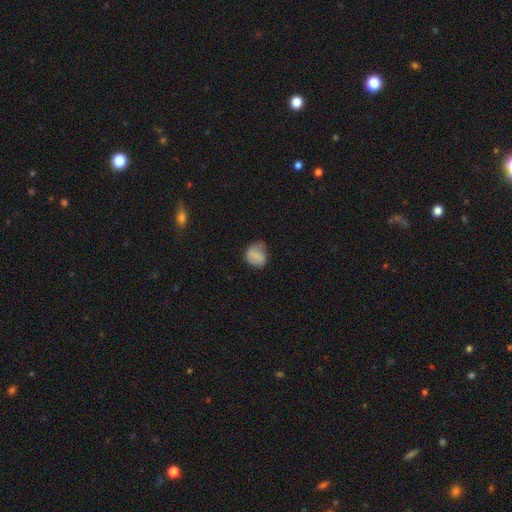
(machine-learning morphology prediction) Smooth or featured?
  - smooth: 73% *
  - featured or disk: 17%
  - star or artifact: 10%
How rounded?
  - round: 63% *
  - in between: 35%
  - cigar-shaped: 1%
Merging?
  - none: 51% *
  - minor disturbance: 35%
  - major disturbance: 12%
  - merger: 2%